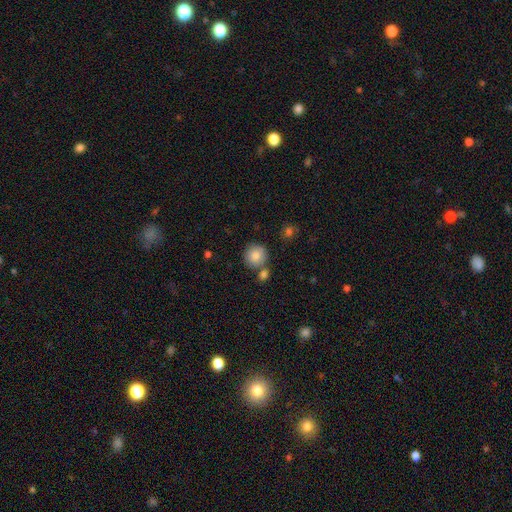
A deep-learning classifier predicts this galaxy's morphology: Smooth or featured? Predicted: smooth (p=0.84). How rounded? Predicted: round (p=0.92). Merging? Predicted: none (p=0.72).